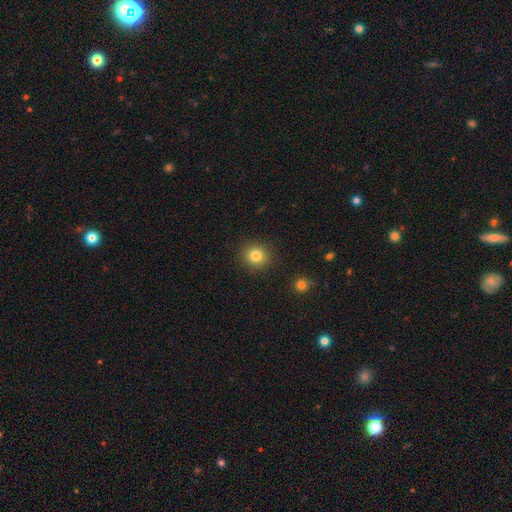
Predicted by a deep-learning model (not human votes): A smooth galaxy with no disk features (82%) that is round (89%). Merging: none (90%).